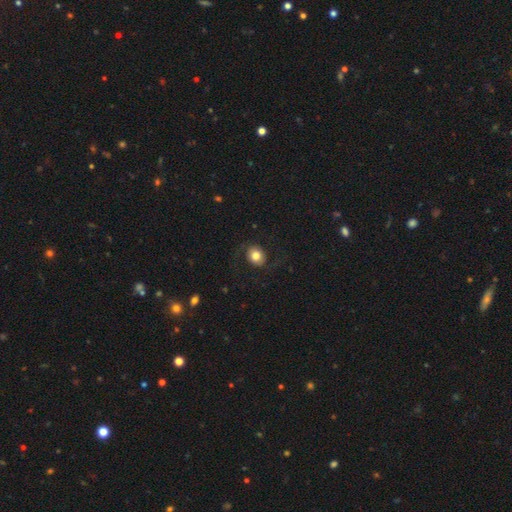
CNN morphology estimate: This is likely a smooth galaxy (67%). How rounded: likely round (64%). Merging: likely none (77%).